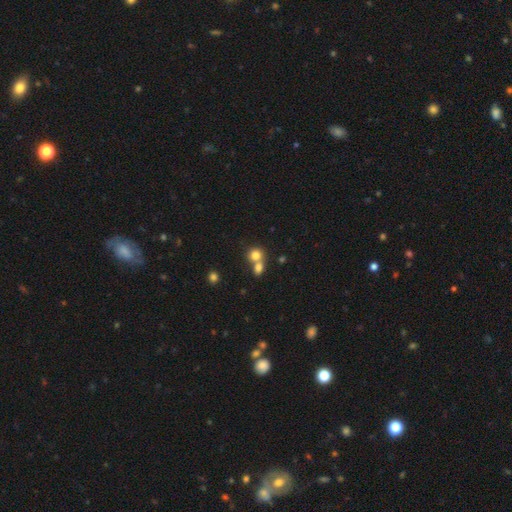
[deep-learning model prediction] Smooth or featured? smooth (79%)
How rounded? round (79%)
Merging? merger (52%)